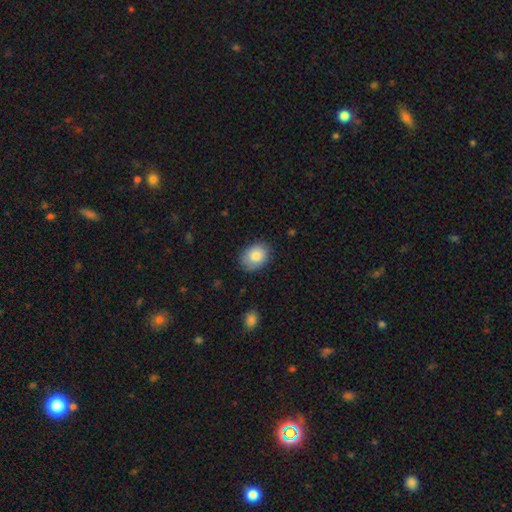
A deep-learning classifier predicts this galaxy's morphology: Smooth or featured?
  - smooth: 81% *
  - featured or disk: 12%
  - star or artifact: 7%
How rounded?
  - in between: 64% *
  - round: 35%
  - cigar-shaped: 1%
Merging?
  - none: 80% *
  - minor disturbance: 16%
  - major disturbance: 3%
  - merger: 1%